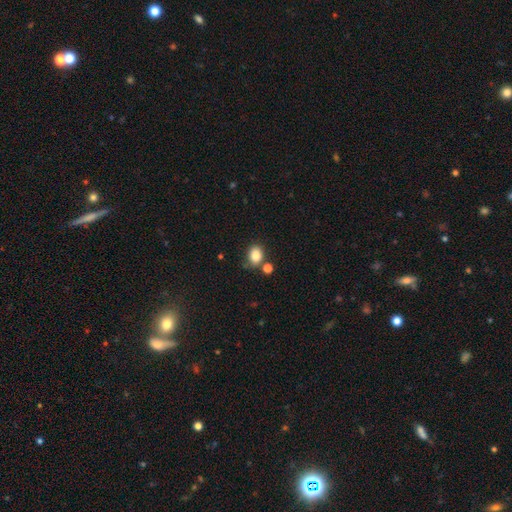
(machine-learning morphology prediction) smooth_or_featured: smooth (p=0.84) [alt: star or artifact p=0.10]
how_rounded: in between (p=0.56) [alt: round p=0.43]
merging: none (p=0.69) [alt: minor disturbance p=0.15]